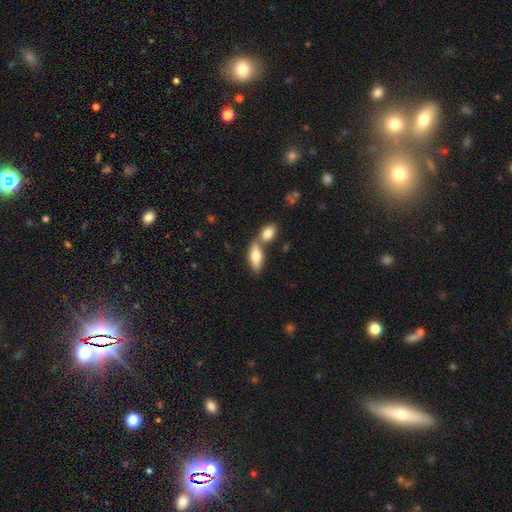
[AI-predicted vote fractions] Overall: smooth (67%). How rounded: in between (70%). Merging: none (47%; merger 41%).